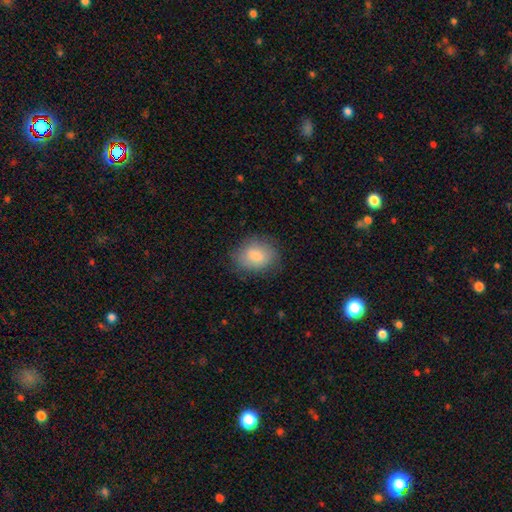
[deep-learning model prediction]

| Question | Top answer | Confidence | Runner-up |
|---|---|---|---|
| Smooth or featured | smooth | 83% | featured or disk (10%) |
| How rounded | in between | 55% | round (44%) |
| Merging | none | 78% | minor disturbance (16%) |